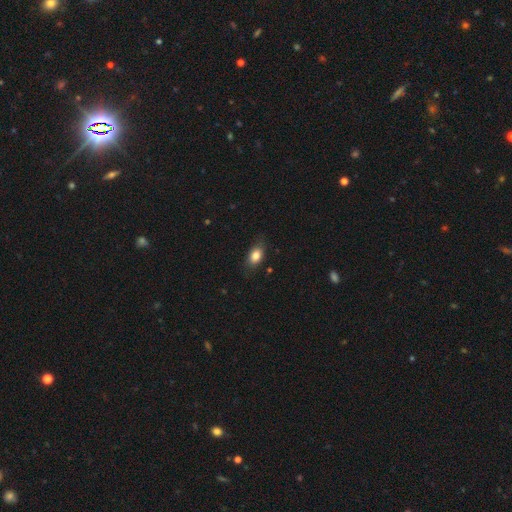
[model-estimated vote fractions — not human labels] smooth-or-featured: smooth: 83% | star or artifact: 8% | featured or disk: 8%
  how-rounded: in between: 84% | round: 13% | cigar-shaped: 3%
  merging: none: 78% | minor disturbance: 17% | major disturbance: 4% | merger: 1%